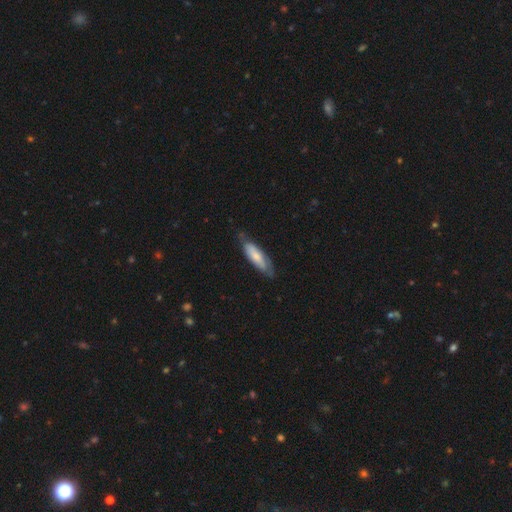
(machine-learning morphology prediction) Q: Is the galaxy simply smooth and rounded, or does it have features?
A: smooth — 61%.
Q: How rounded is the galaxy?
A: in between — 50%.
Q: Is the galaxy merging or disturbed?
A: none — 65%.